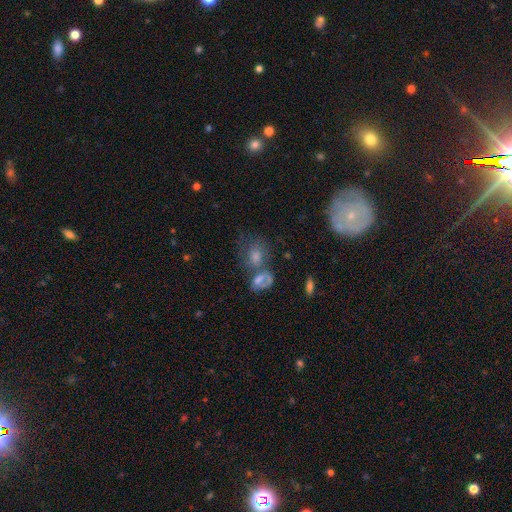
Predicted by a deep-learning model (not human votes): Q: Smooth or featured?
A: smooth (60%); runner-up: featured or disk (27%)
Q: How rounded?
A: in between (52%); runner-up: round (46%)
Q: Merging?
A: merger (42%); runner-up: none (29%)